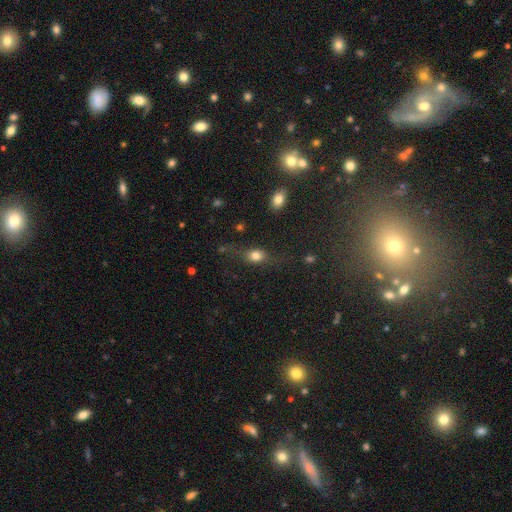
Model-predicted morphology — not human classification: This appears to be a smooth galaxy with no disk features (74%) that is in between round and cigar-shaped (59%). Merging: none (63%).